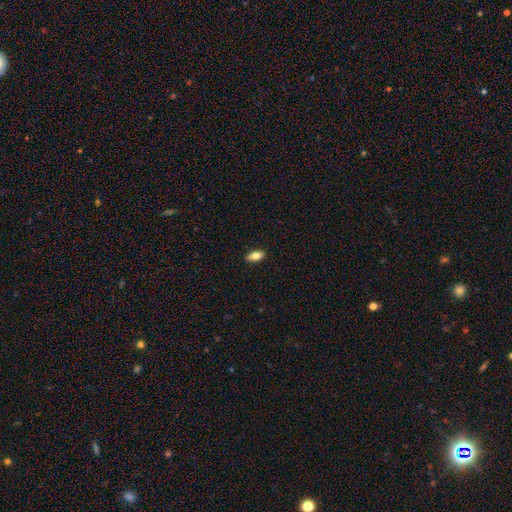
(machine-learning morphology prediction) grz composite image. It shows a smooth galaxy with no disk features (79%) that is in between round and cigar-shaped (85%). Merging: none (89%).